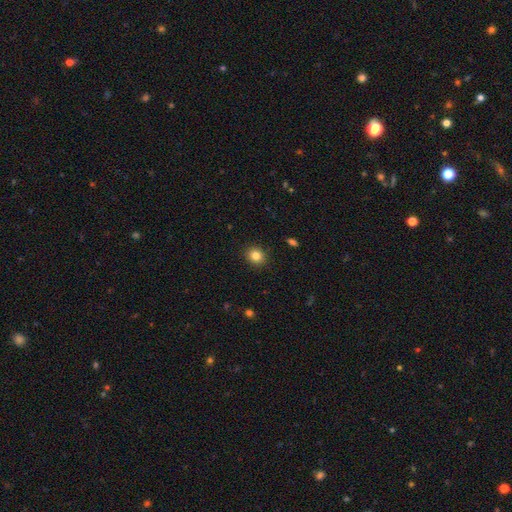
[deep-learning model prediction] A smooth galaxy with no disk features (83%) that is round (77%). Merging: none (91%).